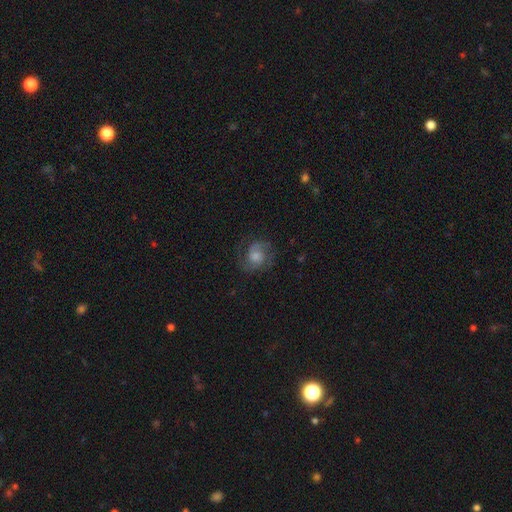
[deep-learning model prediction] featured or disk 75%, smooth 15%, star or artifact 10%. Down the decision tree: edge-on disk — no (98%); bar — no (62%); spiral arms — yes (95%); spiral arm count — 2 (81%); spiral winding — medium (49%); bulge size — moderate (40%); merging — none (75%).